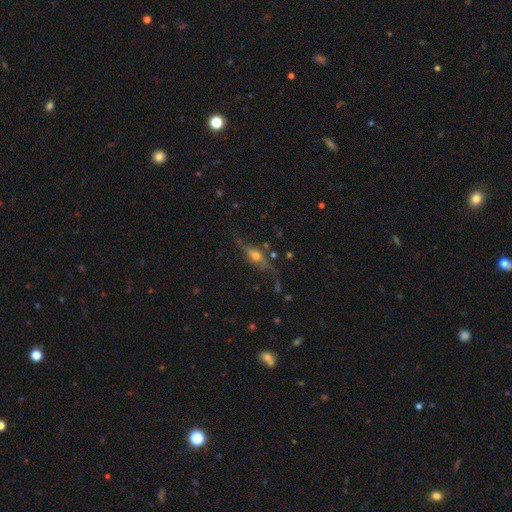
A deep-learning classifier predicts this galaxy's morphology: Smooth or featured? featured or disk (54%)
Edge-on disk? yes (70%)
Merging? none (61%)